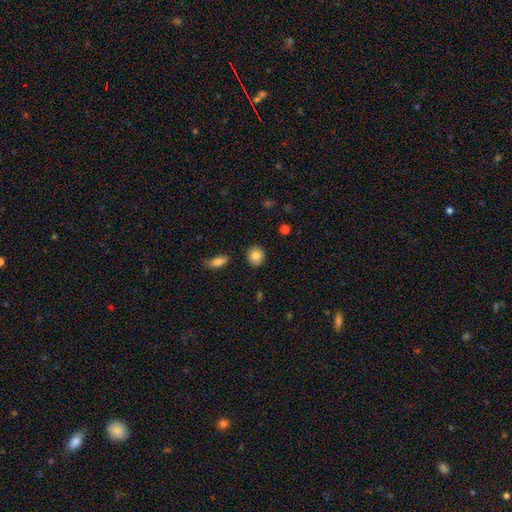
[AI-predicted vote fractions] smooth-or-featured: smooth: 84% | featured or disk: 8% | star or artifact: 8%
  how-rounded: round: 88% | in between: 11% | cigar-shaped: 1%
  merging: none: 90% | minor disturbance: 7% | major disturbance: 2% | merger: 2%